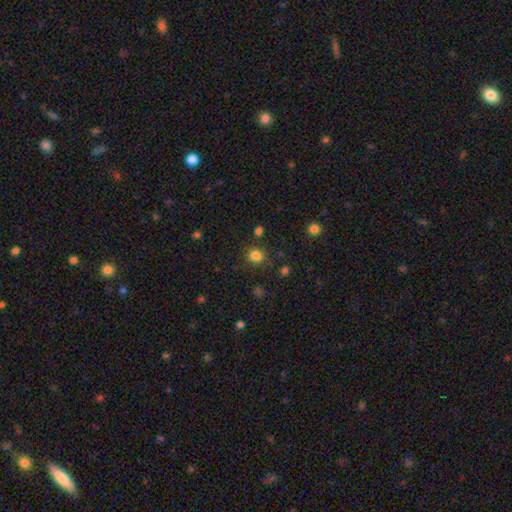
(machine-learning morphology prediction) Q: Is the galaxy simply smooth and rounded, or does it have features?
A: smooth — 82%.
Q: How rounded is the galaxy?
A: round — 85%.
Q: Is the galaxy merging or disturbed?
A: none — 84%.